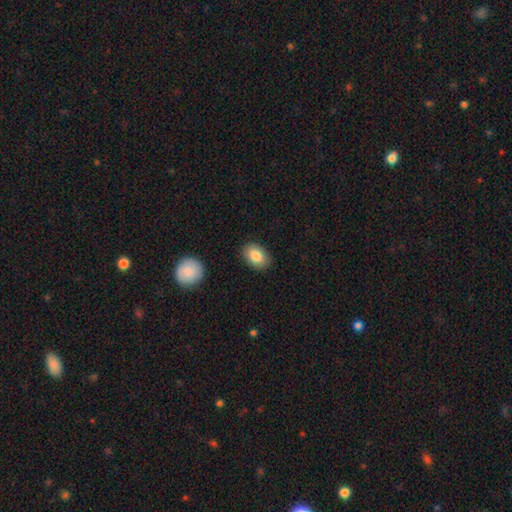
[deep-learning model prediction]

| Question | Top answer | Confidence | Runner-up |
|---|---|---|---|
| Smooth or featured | smooth | 85% | featured or disk (8%) |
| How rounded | in between | 83% | round (16%) |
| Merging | none | 87% | minor disturbance (9%) |